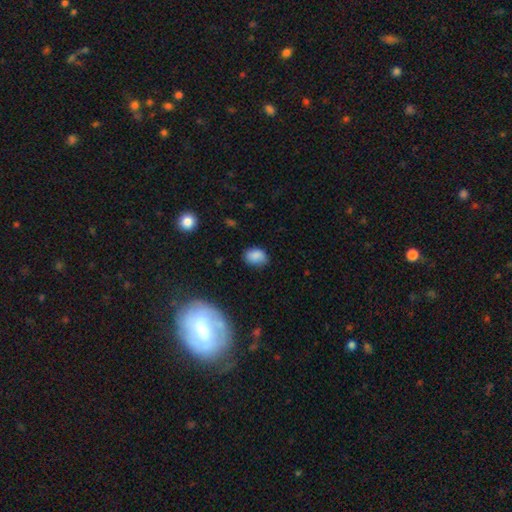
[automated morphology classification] Overall: smooth (85%). How rounded: in between (75%). Merging: none (73%).